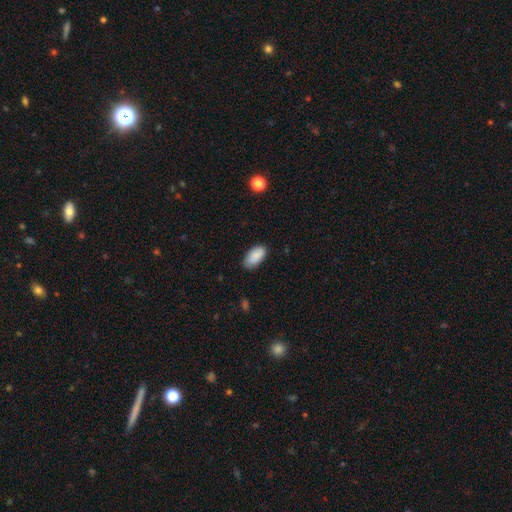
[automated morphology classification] The model was most divided on "merging": none: 77%, minor disturbance: 19%, major disturbance: 3%, merger: 1%. More confident: how rounded — in between (94%); smooth or featured — smooth (88%).